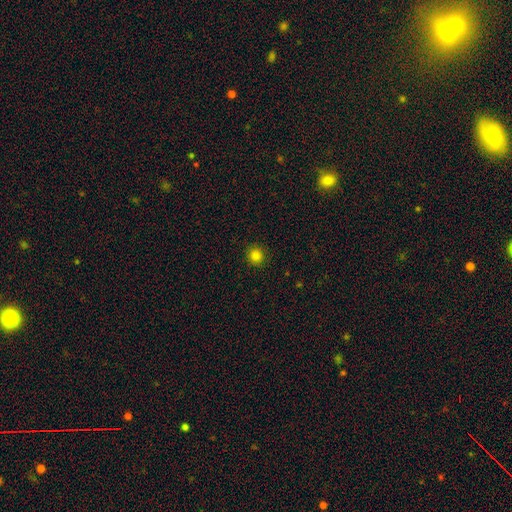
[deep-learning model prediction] Smooth or featured: smooth — 83% (star or artifact — 13%)
How rounded: round — 93% (in between — 6%)
Merging: none — 92% (minor disturbance — 5%)